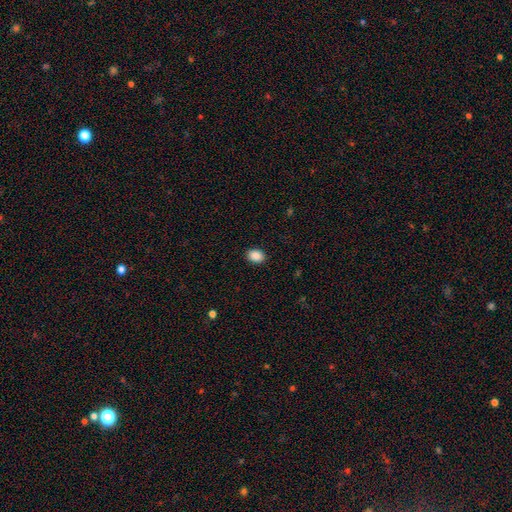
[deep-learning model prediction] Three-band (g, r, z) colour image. It shows a smooth galaxy with no disk features (89%) that is in between round and cigar-shaped (65%). Merging: none (90%).